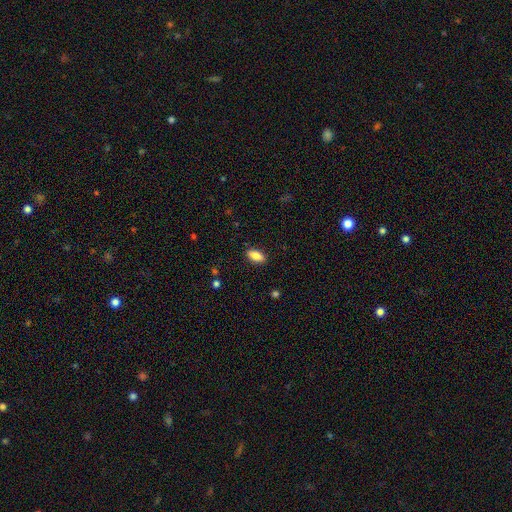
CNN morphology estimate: Smooth or featured? smooth (84%)
How rounded? in between (87%)
Merging? none (88%)